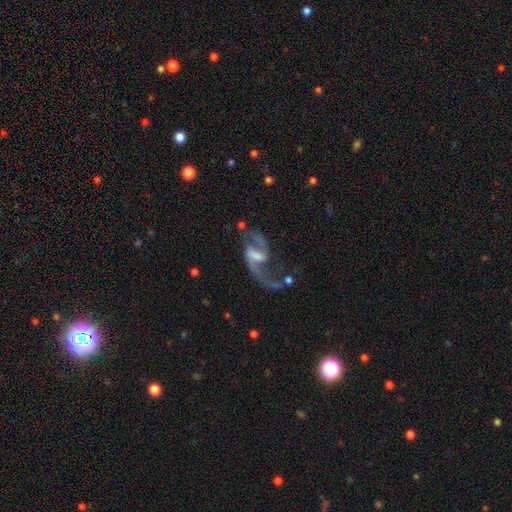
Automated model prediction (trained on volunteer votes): Morphology: type=featured or disk (89%); edge-on=no (97%); bar=weak (51%); spiral arms=yes (96%); winding=loose (73%); arm count=2 (89%); bulge=moderate (31%); merging=none (51%).